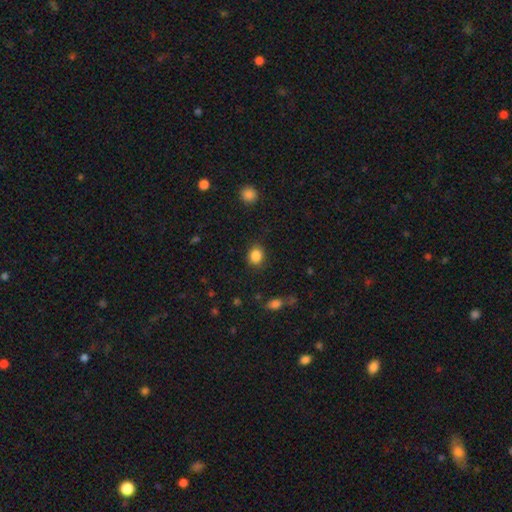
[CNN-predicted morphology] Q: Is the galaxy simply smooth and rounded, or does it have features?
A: smooth — 86%.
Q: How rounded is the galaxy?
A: round — 64%.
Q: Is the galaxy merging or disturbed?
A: none — 85%.